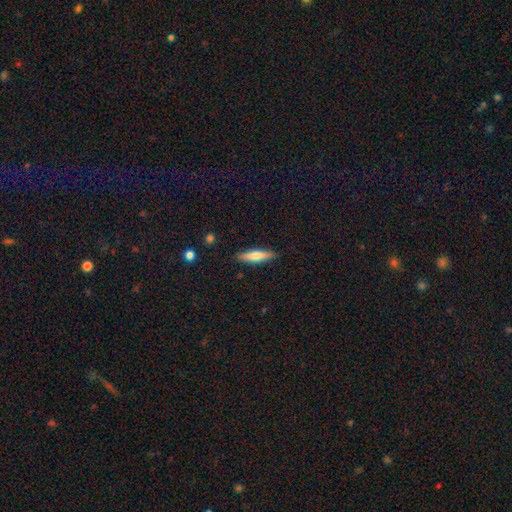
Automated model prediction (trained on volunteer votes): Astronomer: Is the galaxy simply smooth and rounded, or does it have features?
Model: smooth — 59% (runner-up: featured or disk, 35%).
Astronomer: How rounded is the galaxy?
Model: cigar-shaped — 76%.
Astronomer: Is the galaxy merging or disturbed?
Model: none — 88%.